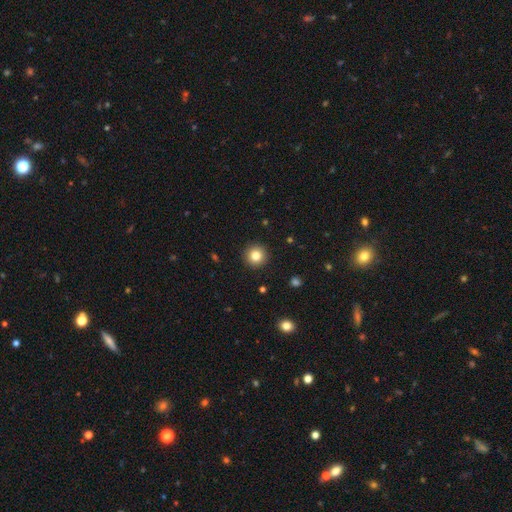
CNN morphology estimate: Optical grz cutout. It shows a smooth galaxy with no disk features (83%) that is round (96%). Merging: none (92%).